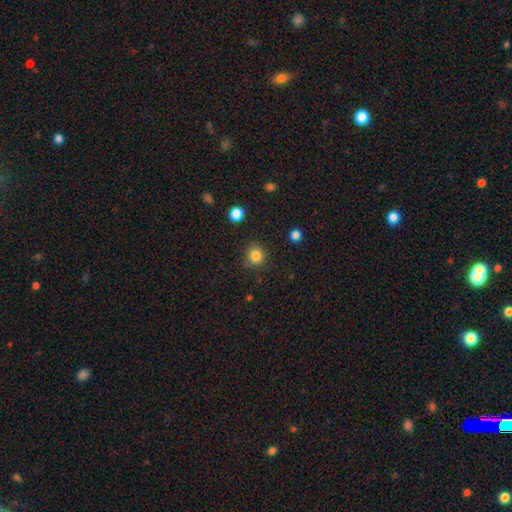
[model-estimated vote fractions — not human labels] Smooth or featured? smooth (83%)
How rounded? round (89%)
Merging? none (86%)